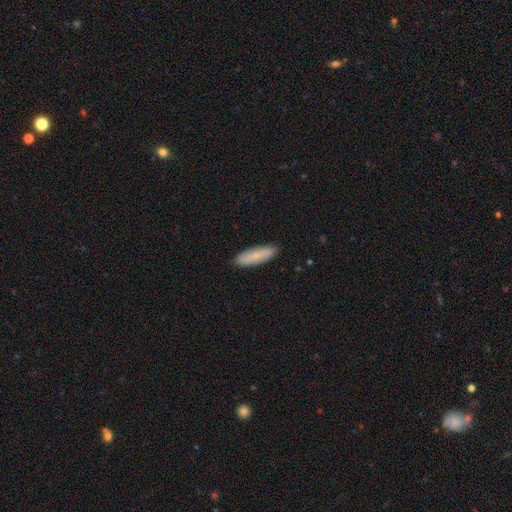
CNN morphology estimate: Smooth or featured? Predicted: smooth (p=0.75). How rounded? Predicted: cigar-shaped (p=0.56). Merging? Predicted: none (p=0.90).